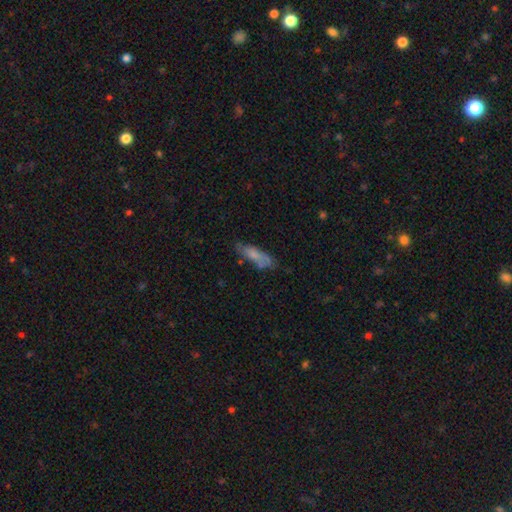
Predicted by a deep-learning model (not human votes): This is likely a smooth galaxy (66%). How rounded: possibly cigar-shaped (53%). Merging: possibly none (57%).